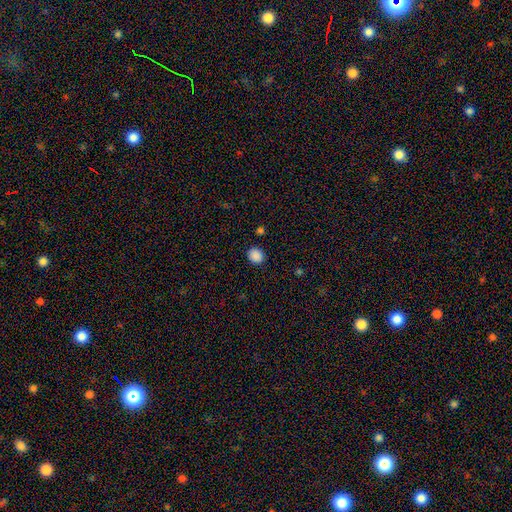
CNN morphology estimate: The model was most divided on "how rounded": round: 74%, in between: 25%, cigar-shaped: 1%. More confident: merging — none (89%); smooth or featured — smooth (88%).